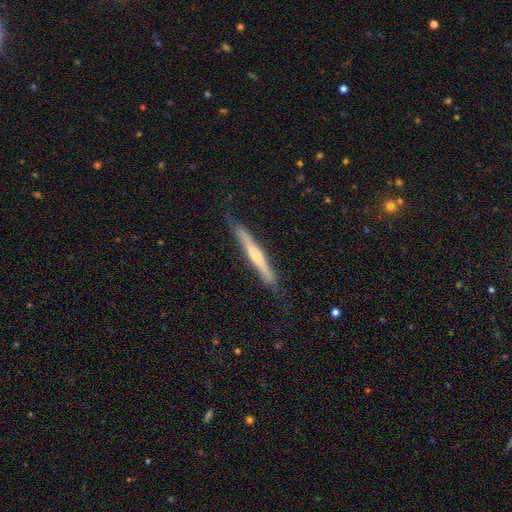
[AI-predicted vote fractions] This is possibly a featured or disk galaxy (58%). It is clearly viewed edge-on (92%). Edge-on bulge: possibly rounded (51%). Merging: likely none (75%).